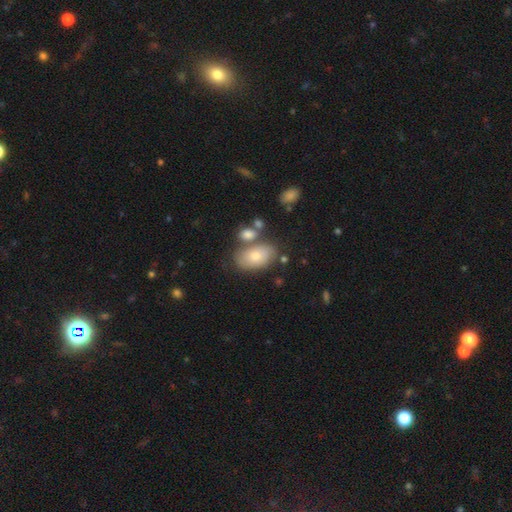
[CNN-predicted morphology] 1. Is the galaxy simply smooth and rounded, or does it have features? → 69% smooth, 23% featured or disk, 8% star or artifact.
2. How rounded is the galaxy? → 90% in between, 8% round, 2% cigar-shaped.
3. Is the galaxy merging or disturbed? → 60% none, 18% merger, 16% minor disturbance, 5% major disturbance.